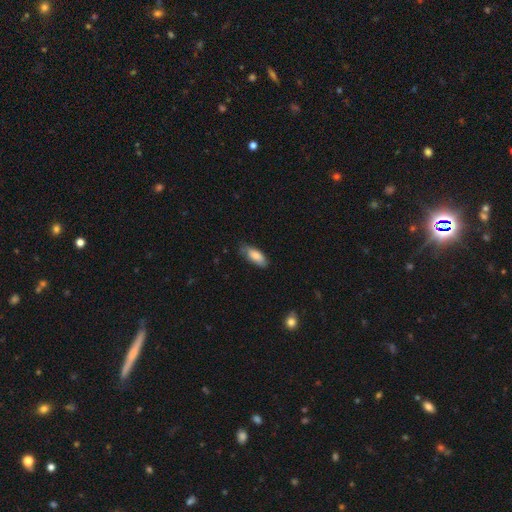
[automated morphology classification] This is likely a smooth galaxy (79%). How rounded: likely in between (80%). Merging: likely none (67%).